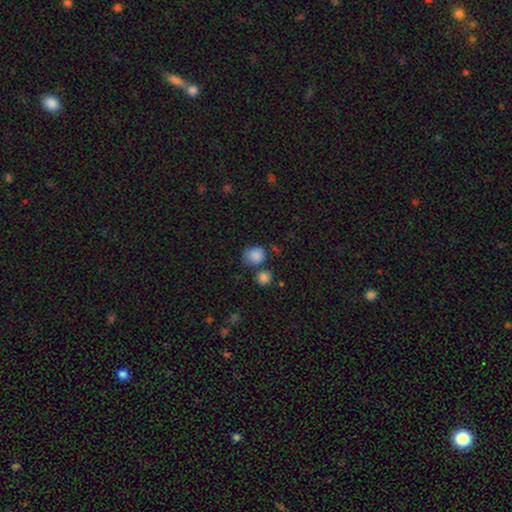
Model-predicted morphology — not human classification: The model was most divided on "merging": none: 61%, minor disturbance: 19%, merger: 14%, major disturbance: 6%. More confident: smooth or featured — smooth (85%); how rounded — round (73%).